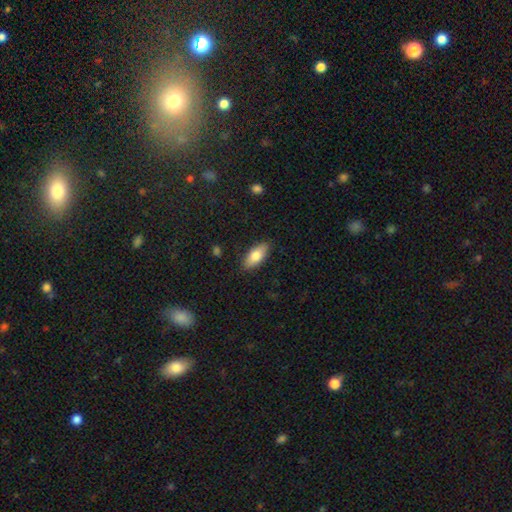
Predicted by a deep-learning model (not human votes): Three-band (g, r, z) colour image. It shows a smooth galaxy with no disk features (78%) that is in between round and cigar-shaped (84%). Merging: none (86%).